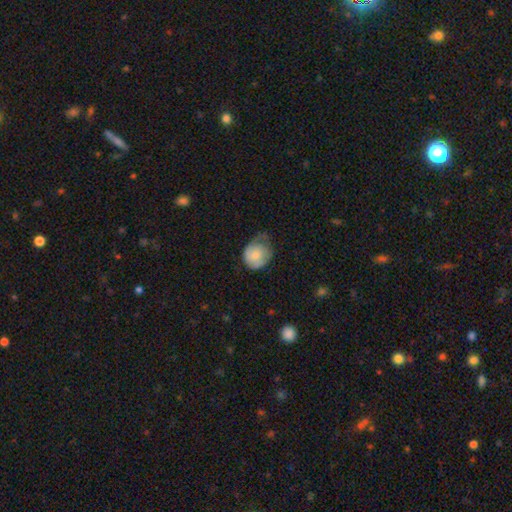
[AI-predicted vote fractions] Smooth or featured? Predicted: smooth (p=0.69). How rounded? Predicted: round (p=0.66). Merging? Predicted: minor disturbance (p=0.42).